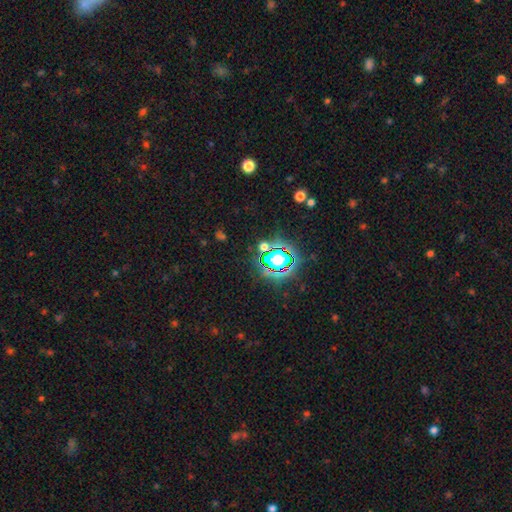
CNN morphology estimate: star or artifact 82%, smooth 11%, featured or disk 7%.